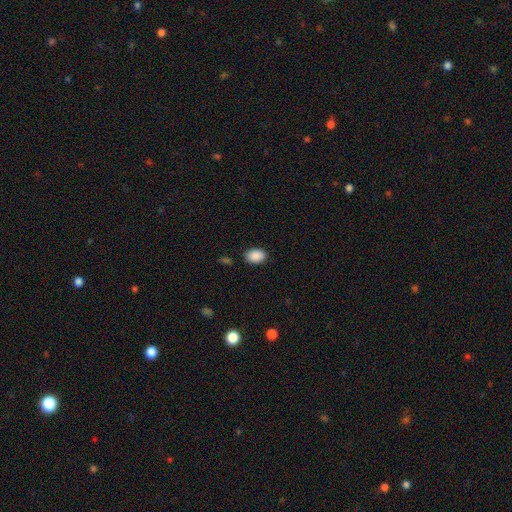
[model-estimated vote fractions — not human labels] This is clearly a smooth galaxy (89%). How rounded: clearly in between (81%). Merging: clearly none (86%).